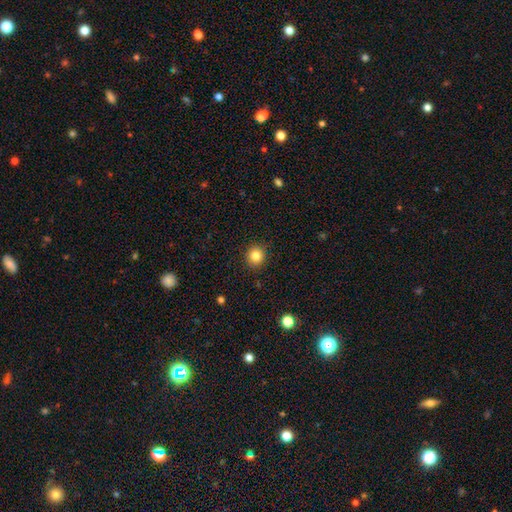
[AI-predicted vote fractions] Q: Smooth or featured?
A: smooth (84%); runner-up: star or artifact (11%)
Q: How rounded?
A: round (89%); runner-up: in between (10%)
Q: Merging?
A: none (90%); runner-up: minor disturbance (7%)